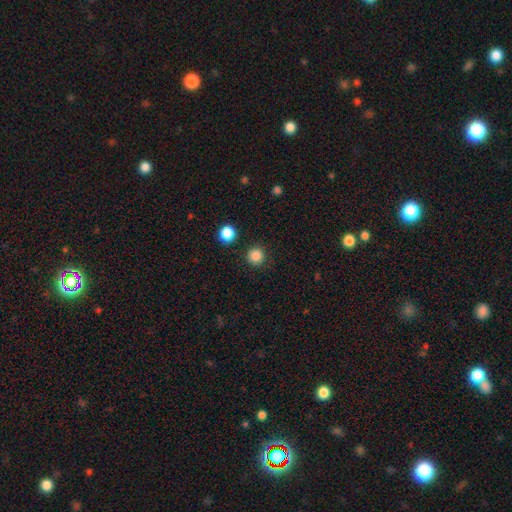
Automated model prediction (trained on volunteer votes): This appears to be a smooth galaxy with no disk features (85%) that is round (95%). Merging: none (90%).